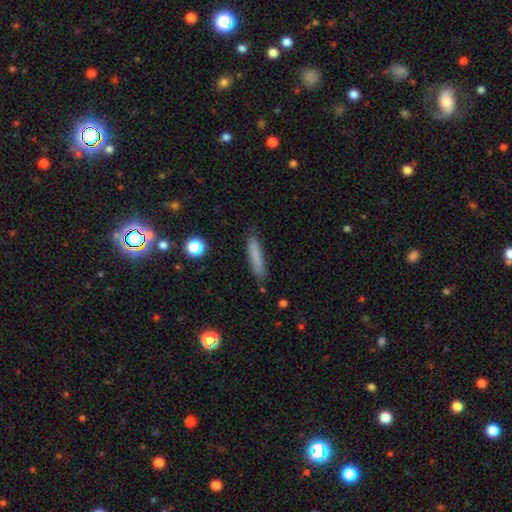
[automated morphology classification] type=smooth (80%); roundness=cigar-shaped (88%); merging=none (84%).